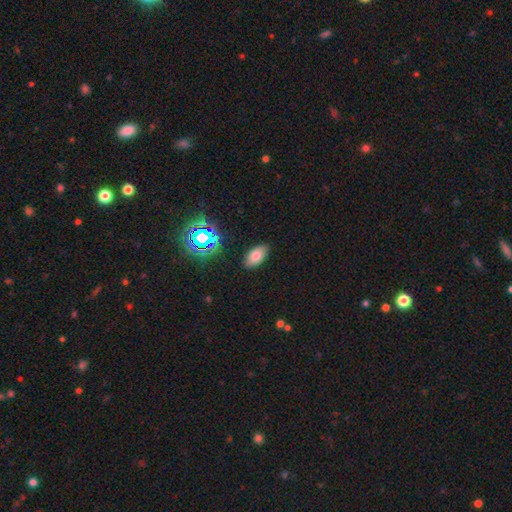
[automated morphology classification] type=smooth (74%); roundness=in between (92%); merging=none (86%).